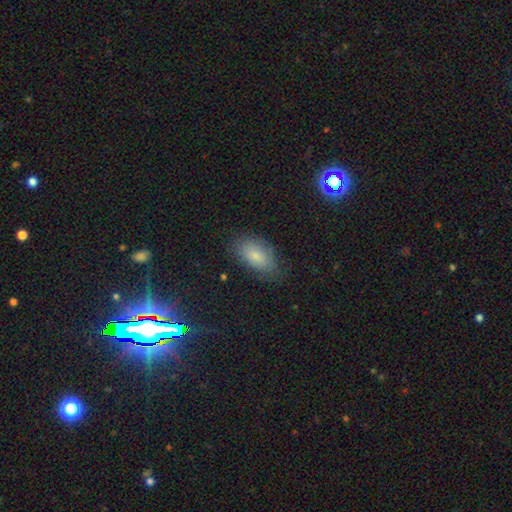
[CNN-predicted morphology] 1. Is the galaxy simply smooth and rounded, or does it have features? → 78% smooth, 12% featured or disk, 10% star or artifact.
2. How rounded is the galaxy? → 92% in between, 4% round, 4% cigar-shaped.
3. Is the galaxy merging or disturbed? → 74% none, 19% minor disturbance, 5% major disturbance, 1% merger.